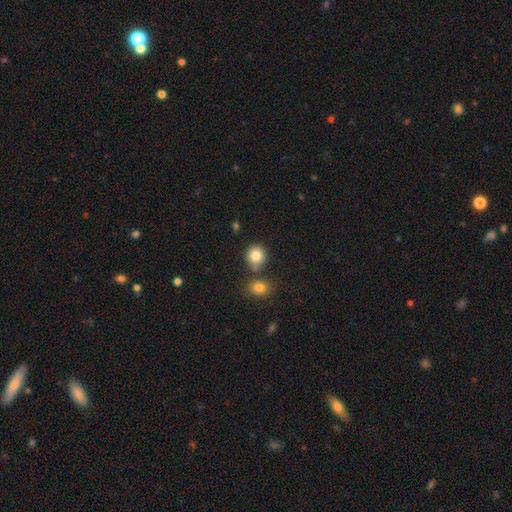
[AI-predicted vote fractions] This appears to be a smooth galaxy with no disk features (83%) that is round (87%). Merging: none (72%).